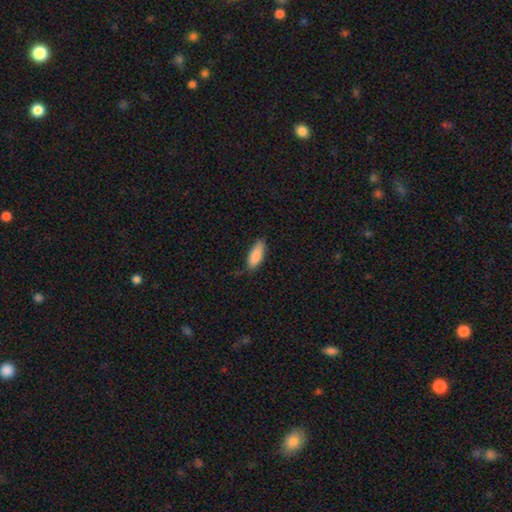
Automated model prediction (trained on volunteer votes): Q: Smooth or featured?
A: smooth (88%); runner-up: featured or disk (7%)
Q: How rounded?
A: in between (70%); runner-up: cigar-shaped (28%)
Q: Merging?
A: none (79%); runner-up: minor disturbance (17%)